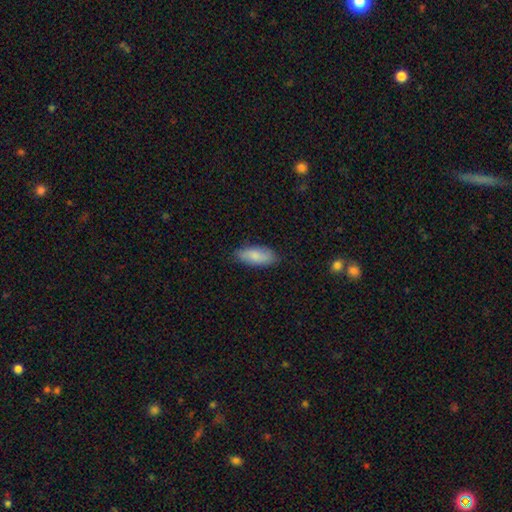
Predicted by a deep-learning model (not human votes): smooth_or_featured: smooth (p=0.83) [alt: featured or disk p=0.12]
how_rounded: in between (p=0.86) [alt: cigar-shaped p=0.12]
merging: none (p=0.81) [alt: minor disturbance p=0.15]